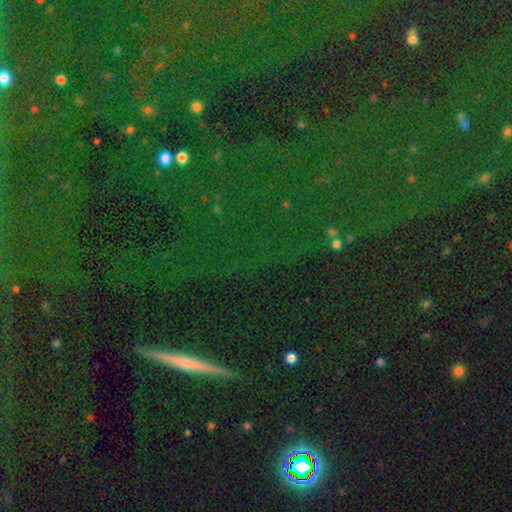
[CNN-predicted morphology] The model was most divided on "smooth or featured": star or artifact: 65%, featured or disk: 20%, smooth: 15%.